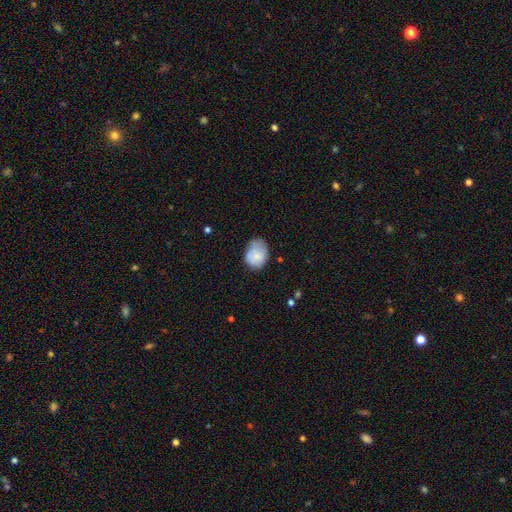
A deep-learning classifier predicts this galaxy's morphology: smooth-or-featured: smooth: 75% | featured or disk: 18% | star or artifact: 7%
  how-rounded: in between: 62% | round: 37% | cigar-shaped: 1%
  merging: none: 53% | minor disturbance: 35% | major disturbance: 9% | merger: 2%